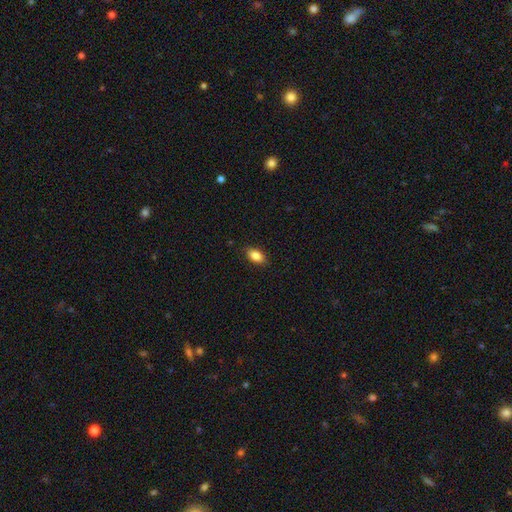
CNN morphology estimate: Smooth or featured: smooth — 86% (star or artifact — 8%)
How rounded: in between — 90% (round — 6%)
Merging: none — 88% (minor disturbance — 9%)